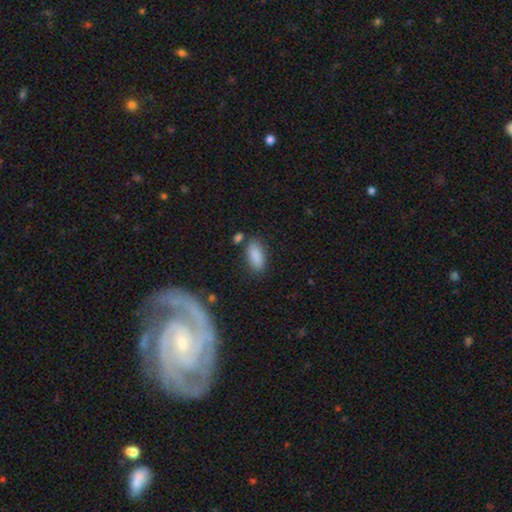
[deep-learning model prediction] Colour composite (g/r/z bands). It shows a smooth galaxy with no disk features (88%) that is in between round and cigar-shaped (86%). Merging: none (76%).